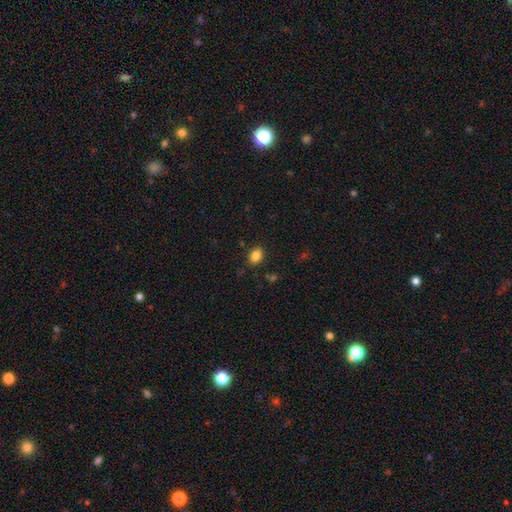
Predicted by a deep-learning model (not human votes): Smooth or featured: smooth — 85% (star or artifact — 10%)
How rounded: in between — 76% (round — 23%)
Merging: none — 85% (minor disturbance — 10%)